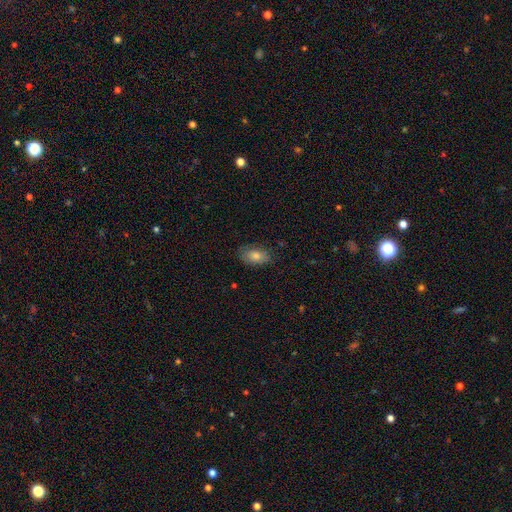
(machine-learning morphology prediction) smooth 73%, featured or disk 16%, star or artifact 11%. Down the decision tree: how rounded — in between (89%); merging — none (80%).